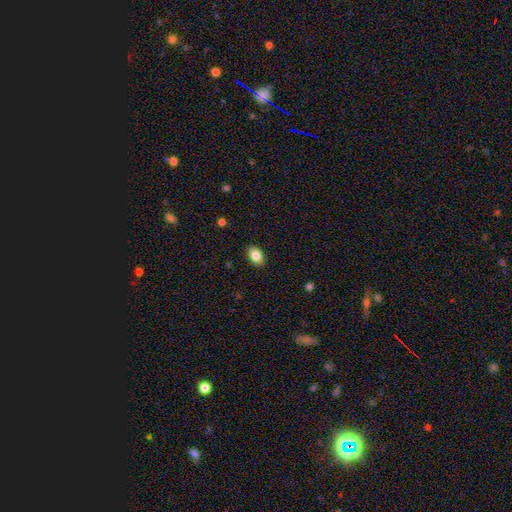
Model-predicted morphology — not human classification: A smooth galaxy with no disk features (84%) that is in between round and cigar-shaped (85%).

Vote fractions:
- Smooth or featured? smooth: 84% / featured or disk: 8% / star or artifact: 8%
- How rounded? in between: 85% / round: 14% / cigar-shaped: 1%
- Merging? none: 88% / minor disturbance: 9% / major disturbance: 2% / merger: 1%